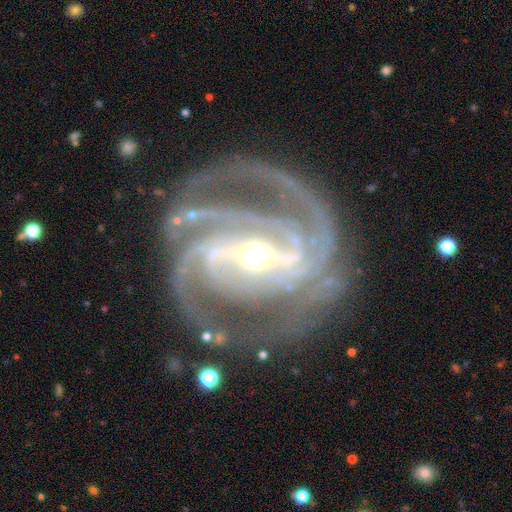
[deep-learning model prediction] Smooth or featured? Predicted: featured or disk (p=0.93). Edge-on disk? Predicted: no (p=0.97). Bar? Predicted: strong (p=0.70). Spiral arms? Predicted: yes (p=0.99). Spiral winding? Predicted: tight (p=0.62). Spiral arm count? Predicted: 3 (p=0.39). Bulge size? Predicted: small (p=0.48). Merging? Predicted: none (p=0.74).